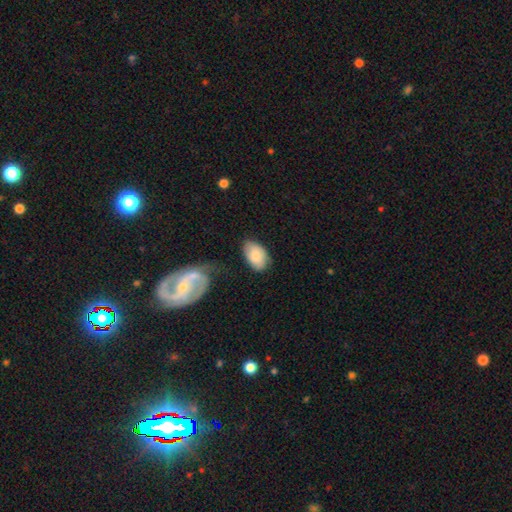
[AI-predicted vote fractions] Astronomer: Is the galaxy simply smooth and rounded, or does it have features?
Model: smooth — 80%.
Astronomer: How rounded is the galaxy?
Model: in between — 92%.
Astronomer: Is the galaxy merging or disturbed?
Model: none — 66%.